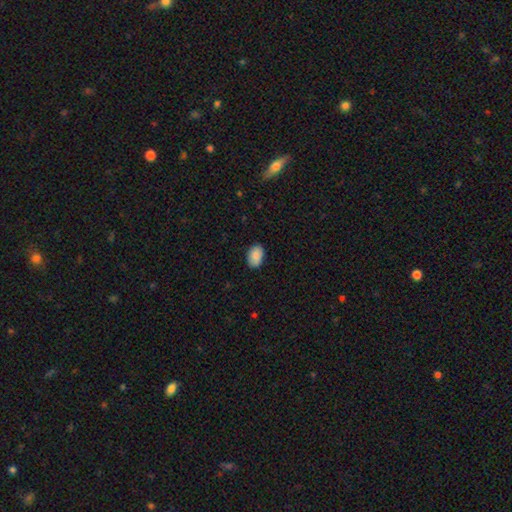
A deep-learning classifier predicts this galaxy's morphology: smooth 89%, star or artifact 7%, featured or disk 4%. Down the decision tree: how rounded — in between (87%); merging — none (86%).